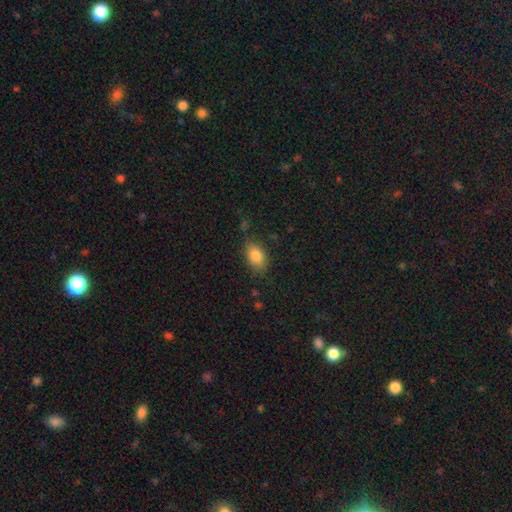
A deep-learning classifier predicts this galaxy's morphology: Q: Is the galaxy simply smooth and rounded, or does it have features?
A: smooth — 83%.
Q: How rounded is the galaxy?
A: in between — 88%.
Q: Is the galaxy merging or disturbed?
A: none — 78%.